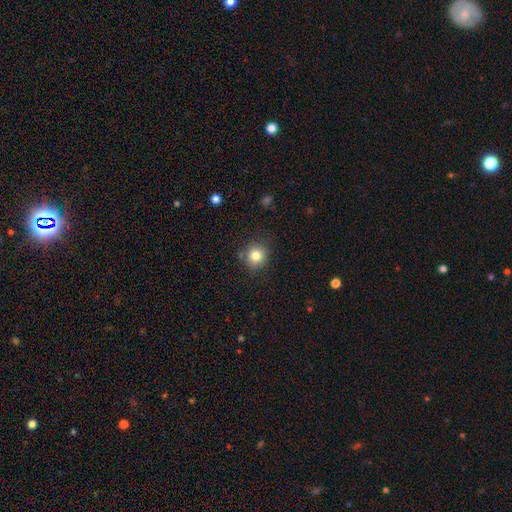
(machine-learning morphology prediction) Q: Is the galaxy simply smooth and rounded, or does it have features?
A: smooth — 81%.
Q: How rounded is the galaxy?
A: round — 90%.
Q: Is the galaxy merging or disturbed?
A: none — 84%.